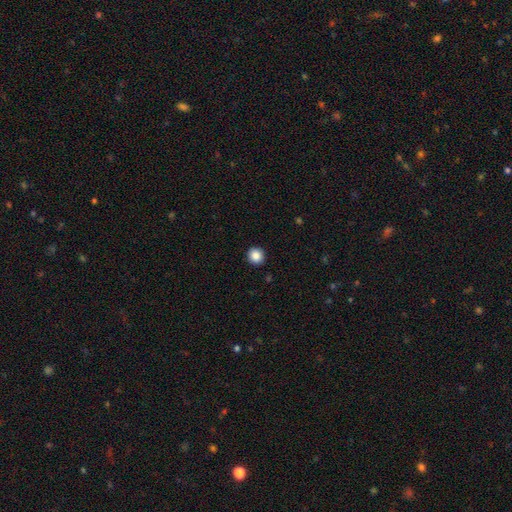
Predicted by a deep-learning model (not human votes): A smooth galaxy with no disk features (87%) that is round (93%).

Vote fractions:
- Smooth or featured? smooth: 87% / star or artifact: 9% / featured or disk: 3%
- How rounded? round: 93% / in between: 6% / cigar-shaped: 1%
- Merging? none: 93% / minor disturbance: 5% / major disturbance: 2% / merger: 1%